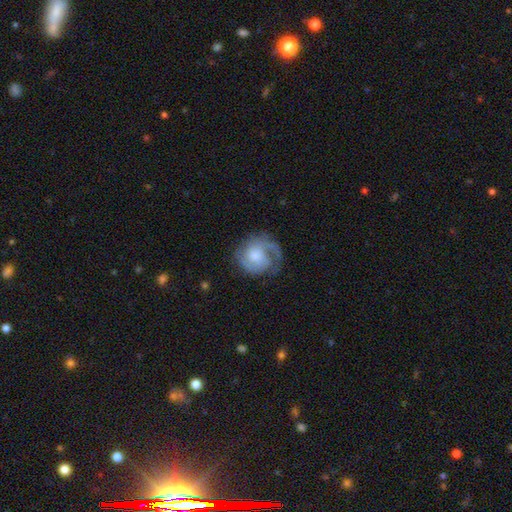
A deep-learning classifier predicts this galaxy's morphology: This is likely a featured or disk galaxy (71%). It is clearly not viewed edge-on (98%). Bar: likely no (70%). Spiral arm pattern: clearly yes (91%). Spiral arm count: possibly 2 (50%). Spiral winding: marginally tight (42%, tied with medium). Central bulge: marginally moderate (40%). Merging: likely none (61%).